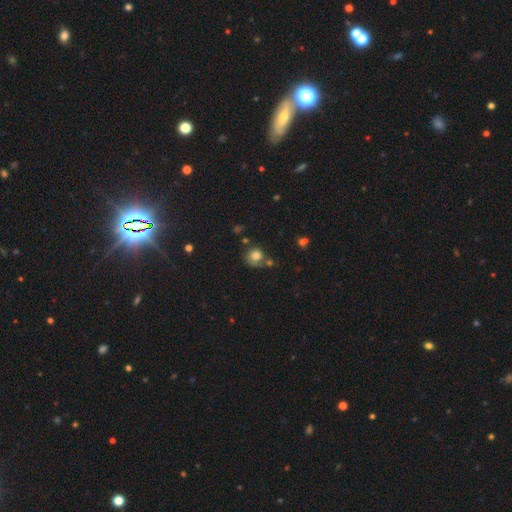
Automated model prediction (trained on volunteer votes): This appears to be a smooth galaxy with no disk features (79%) that is round (83%). Merging: none (55%).